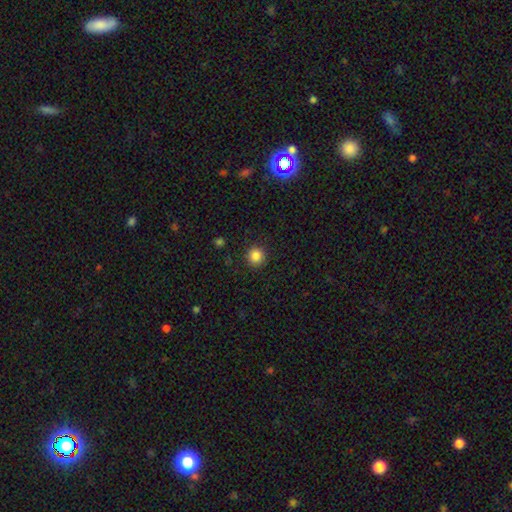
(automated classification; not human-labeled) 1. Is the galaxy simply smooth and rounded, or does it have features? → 85% smooth, 11% star or artifact, 4% featured or disk.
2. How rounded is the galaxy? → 94% round, 5% in between, 1% cigar-shaped.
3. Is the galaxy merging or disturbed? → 92% none, 5% minor disturbance, 2% major disturbance, 1% merger.